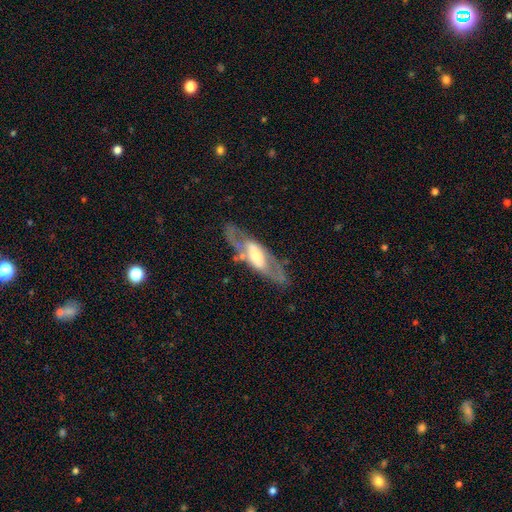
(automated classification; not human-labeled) smooth_or_featured: featured or disk (p=0.77) [alt: smooth p=0.18]
disk_edge_on: no (p=0.78) [alt: yes p=0.22]
bar: strong (p=0.45) [alt: weak p=0.31]
has_spiral_arms: yes (p=0.62) [alt: no p=0.38]
bulge_size: moderate (p=0.51) [alt: small p=0.25]
merging: none (p=0.73) [alt: minor disturbance p=0.15]